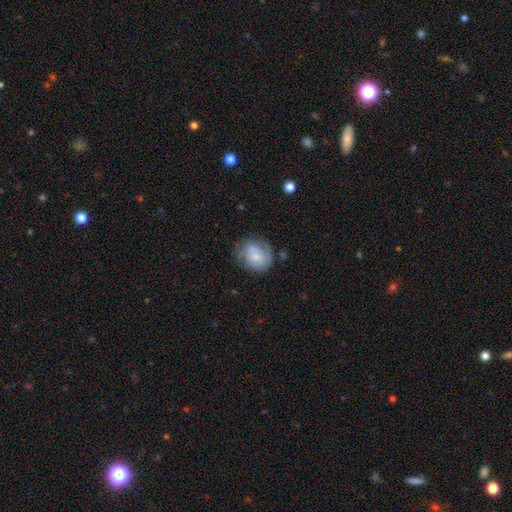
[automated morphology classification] Q: Smooth or featured?
A: smooth (57%); runner-up: featured or disk (35%)
Q: How rounded?
A: round (63%); runner-up: in between (36%)
Q: Merging?
A: none (60%); runner-up: minor disturbance (26%)